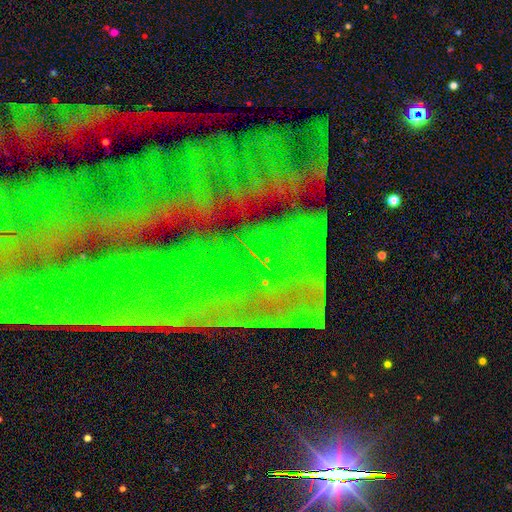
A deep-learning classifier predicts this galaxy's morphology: Smooth or featured: star or artifact — 82% (featured or disk — 10%)